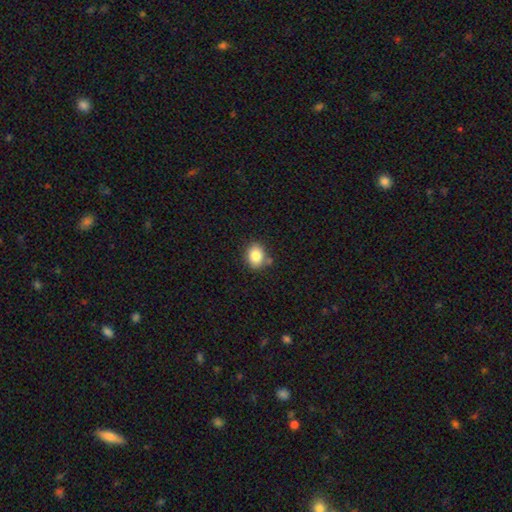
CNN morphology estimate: Smooth or featured: smooth — 84% (star or artifact — 9%)
How rounded: in between — 51% (round — 48%)
Merging: none — 77% (minor disturbance — 14%)